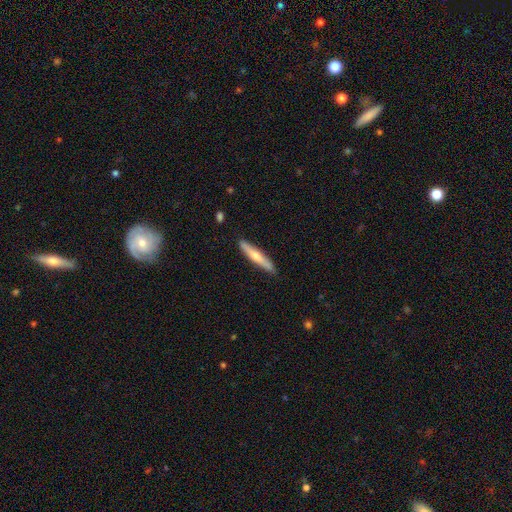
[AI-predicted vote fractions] smooth-or-featured: featured or disk: 47% (tied) | smooth: 47% (tied) | star or artifact: 6%
  merging: none: 90% | minor disturbance: 8% | major disturbance: 1% | merger: 1%